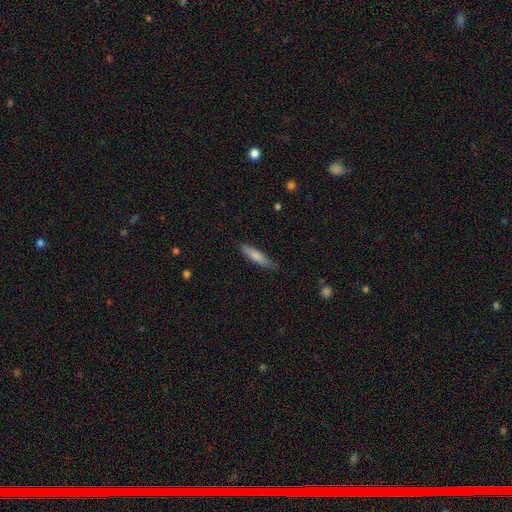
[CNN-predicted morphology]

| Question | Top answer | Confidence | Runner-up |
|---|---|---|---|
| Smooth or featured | smooth | 75% | featured or disk (20%) |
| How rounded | cigar-shaped | 77% | in between (21%) |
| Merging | none | 81% | minor disturbance (15%) |